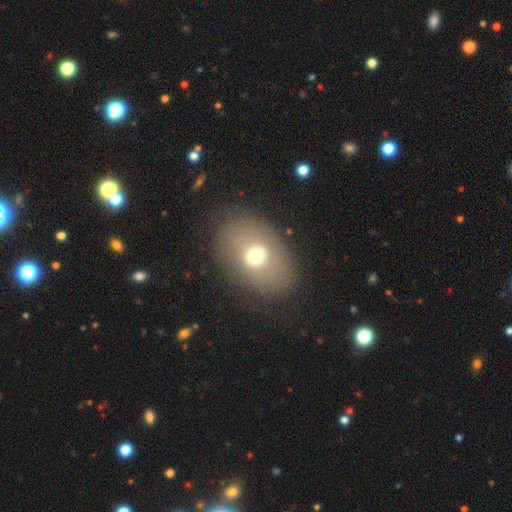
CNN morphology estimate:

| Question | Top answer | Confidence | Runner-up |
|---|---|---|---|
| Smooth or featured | smooth | 61% | featured or disk (26%) |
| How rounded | in between | 69% | round (30%) |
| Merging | none | 82% | minor disturbance (11%) |